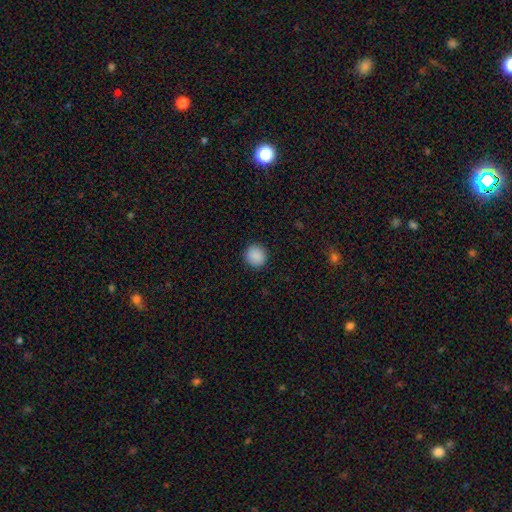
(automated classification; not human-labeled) Smooth or featured? smooth (89%)
How rounded? round (91%)
Merging? none (92%)